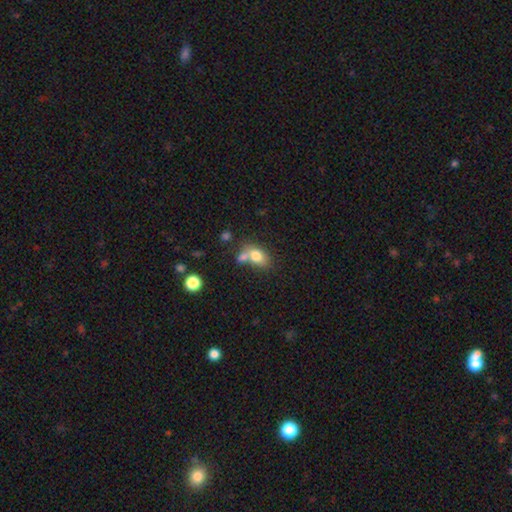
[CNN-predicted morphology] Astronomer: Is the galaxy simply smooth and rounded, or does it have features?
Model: smooth — 77%.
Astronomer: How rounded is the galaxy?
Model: in between — 80%.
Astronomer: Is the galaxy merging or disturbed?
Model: merger — 42% (runner-up: none, 39%).